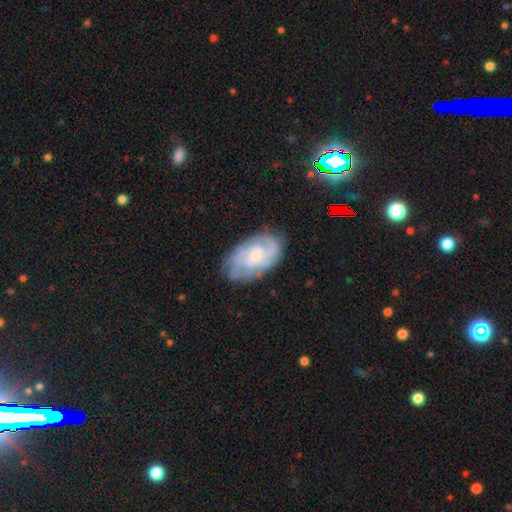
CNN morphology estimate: A featured or disk galaxy (73%) with no bar (63%), tight (55%) spiral arms (87%) and a small central bulge (63%).

Vote fractions:
- Smooth or featured? featured or disk: 73% / smooth: 21% / star or artifact: 7%
- Edge-on disk? no: 96% / yes: 4%
- Bar? no: 63% / weak: 32% / strong: 5%
- Spiral arms? yes: 87% / no: 13%
- Spiral winding? tight: 55% / medium: 34% / loose: 11%
- Spiral arm count? can't tell: 47% / 2: 24% / 3: 14% / 4: 7% / 1: 4% / more than 4: 4%
- Bulge size? small: 63% / moderate: 30% / none: 4% / large: 2% / dominant: 1%
- Merging? none: 70% / minor disturbance: 21% / major disturbance: 7% / merger: 2%